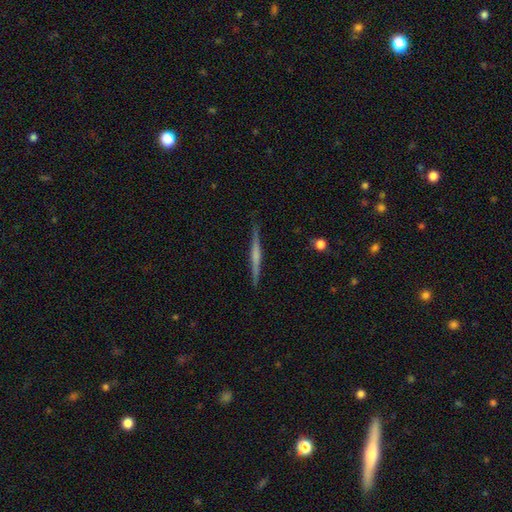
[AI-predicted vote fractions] This is likely a featured or disk galaxy (65%). It is clearly viewed edge-on (98%). Edge-on bulge: marginally none (42%). Merging: clearly none (90%).